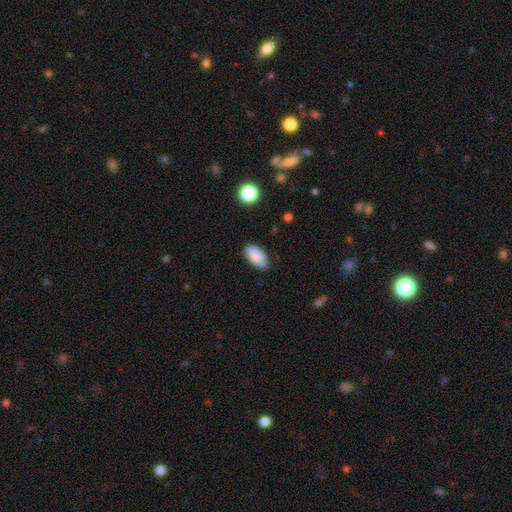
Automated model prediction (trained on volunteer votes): smooth 81%, featured or disk 11%, star or artifact 8%. Down the decision tree: how rounded — in between (94%); merging — none (75%).